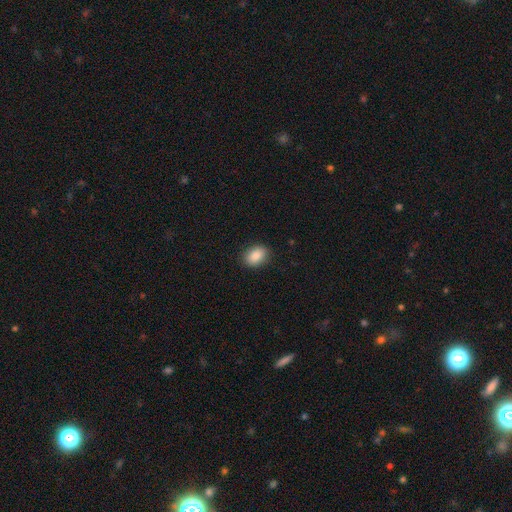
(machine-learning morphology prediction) This is clearly a smooth galaxy (88%). How rounded: likely in between (78%). Merging: clearly none (88%).